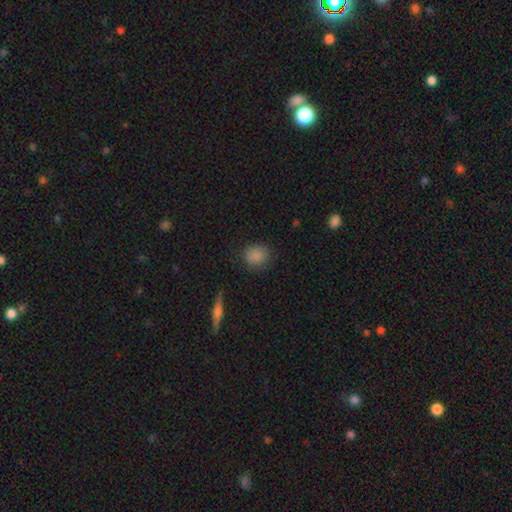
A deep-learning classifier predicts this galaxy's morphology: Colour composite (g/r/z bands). It shows a smooth galaxy with no disk features (85%) that is round (82%). Merging: none (82%).